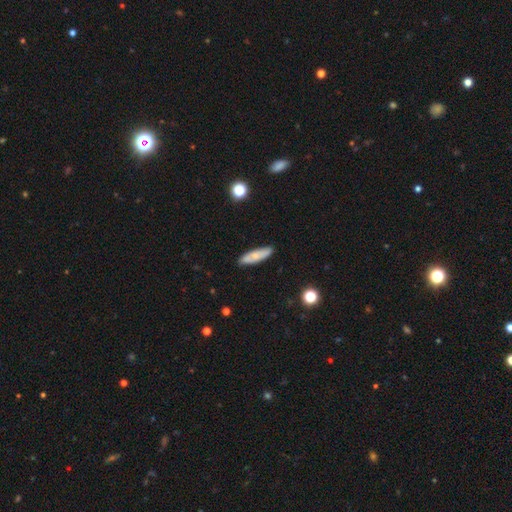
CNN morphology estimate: Smooth or featured? smooth (67%)
How rounded? cigar-shaped (58%)
Merging? none (85%)